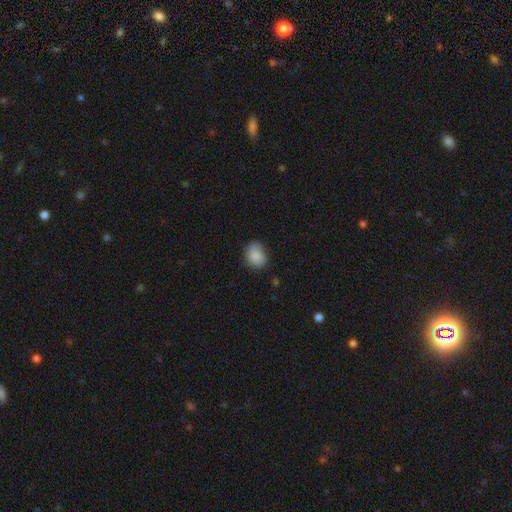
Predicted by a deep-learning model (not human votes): smooth-or-featured: smooth: 84% | star or artifact: 8% | featured or disk: 8%
  how-rounded: round: 58% | in between: 41% | cigar-shaped: 1%
  merging: none: 69% | minor disturbance: 25% | major disturbance: 5% | merger: 1%